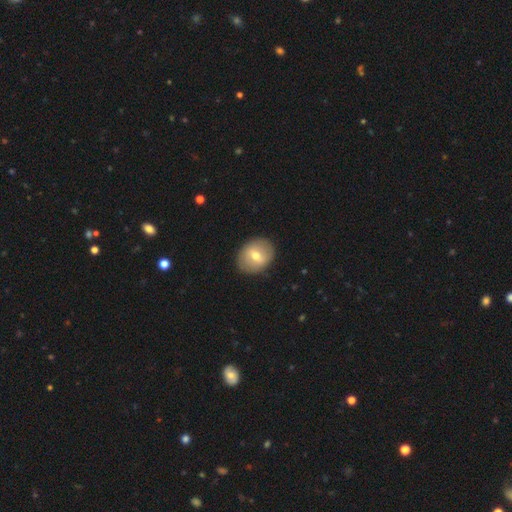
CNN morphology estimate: Smooth or featured: smooth — 55% (featured or disk — 37%)
How rounded: round — 60% (in between — 39%)
Merging: none — 87% (minor disturbance — 9%)